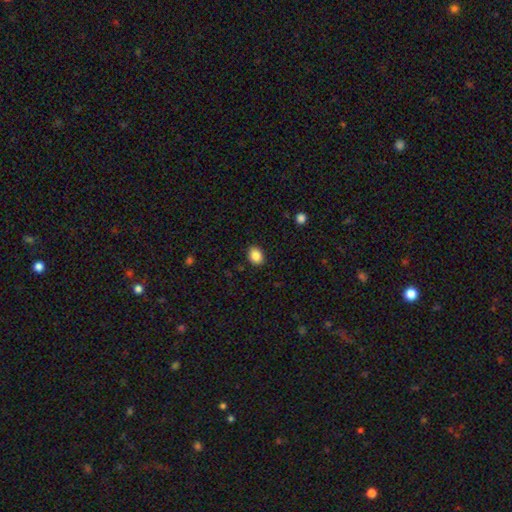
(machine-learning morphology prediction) Q: Smooth or featured?
A: smooth (87%); runner-up: star or artifact (9%)
Q: How rounded?
A: in between (62%); runner-up: round (37%)
Q: Merging?
A: none (89%); runner-up: minor disturbance (8%)